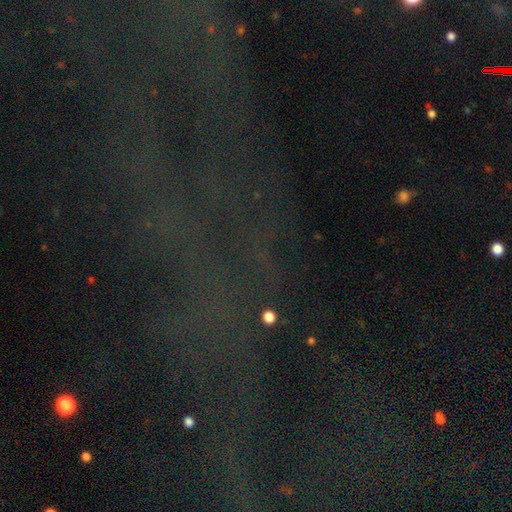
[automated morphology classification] star or artifact 75%, featured or disk 13%, smooth 12%.